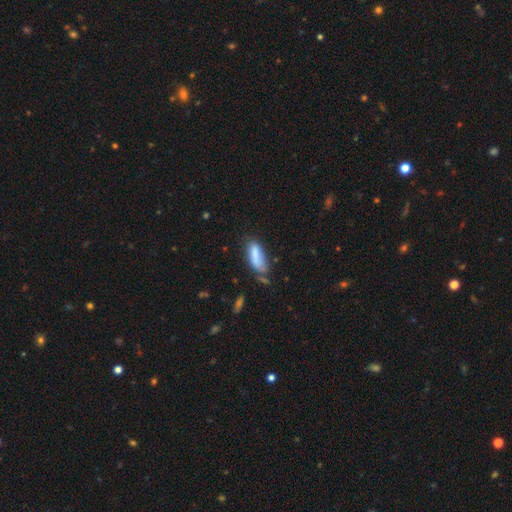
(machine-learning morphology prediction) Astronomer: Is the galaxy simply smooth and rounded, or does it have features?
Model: smooth — 80%.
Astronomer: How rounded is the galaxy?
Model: in between — 74%.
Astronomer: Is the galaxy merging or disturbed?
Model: none — 40% (runner-up: minor disturbance, 34%).